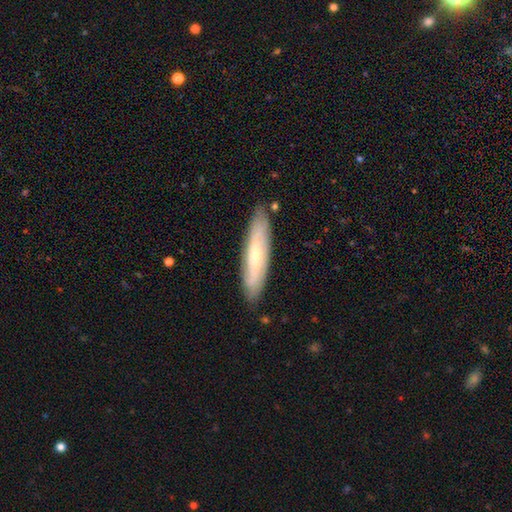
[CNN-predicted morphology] type=featured or disk (49%); merging=none (84%).